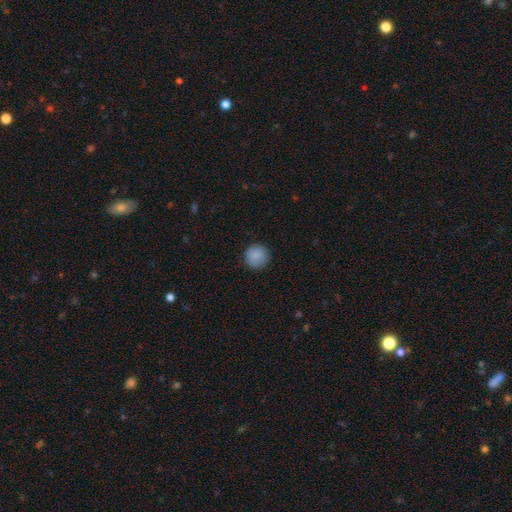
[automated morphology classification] Overall: smooth (88%). How rounded: round (95%). Merging: none (89%).